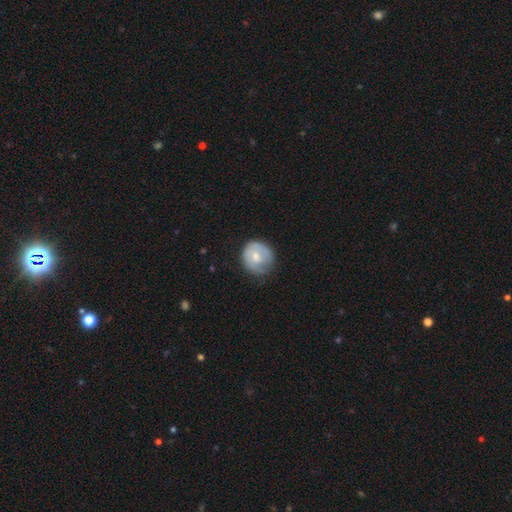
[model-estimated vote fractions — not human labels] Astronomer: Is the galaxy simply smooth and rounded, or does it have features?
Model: smooth — 50% (runner-up: featured or disk, 45%).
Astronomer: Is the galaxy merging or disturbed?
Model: none — 64%.